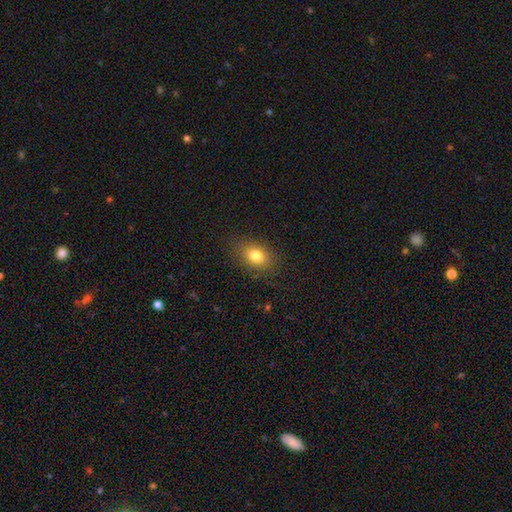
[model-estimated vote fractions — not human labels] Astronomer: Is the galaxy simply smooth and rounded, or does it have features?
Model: smooth — 81%.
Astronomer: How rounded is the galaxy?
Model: in between — 74%.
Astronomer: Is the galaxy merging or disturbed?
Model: none — 85%.